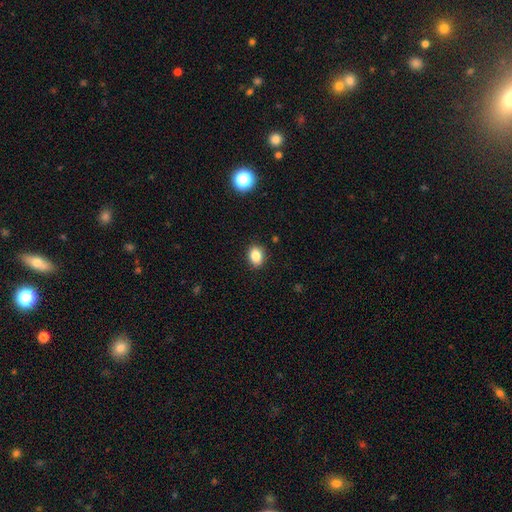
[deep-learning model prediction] smooth-or-featured: smooth: 84% | star or artifact: 10% | featured or disk: 5%
  how-rounded: in between: 62% | round: 37% | cigar-shaped: 1%
  merging: none: 88% | minor disturbance: 9% | major disturbance: 2% | merger: 1%